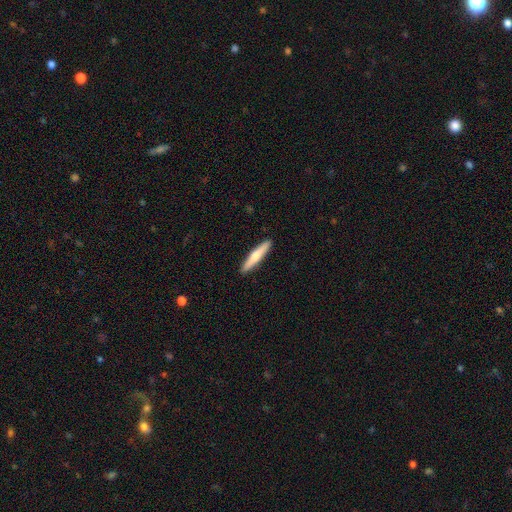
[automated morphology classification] Smooth or featured? smooth (60%)
How rounded? cigar-shaped (92%)
Merging? none (92%)